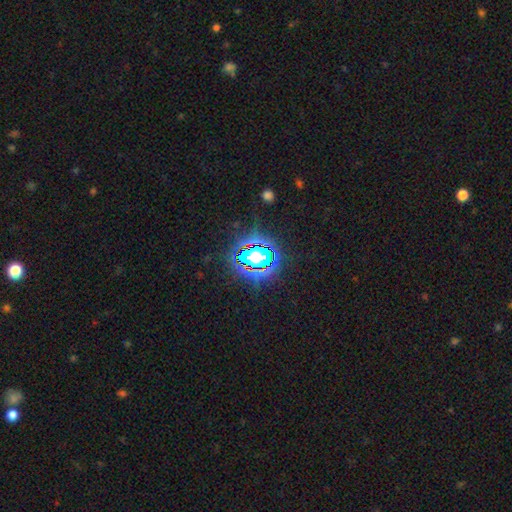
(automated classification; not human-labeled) A star or artifact, not a galaxy (70%).